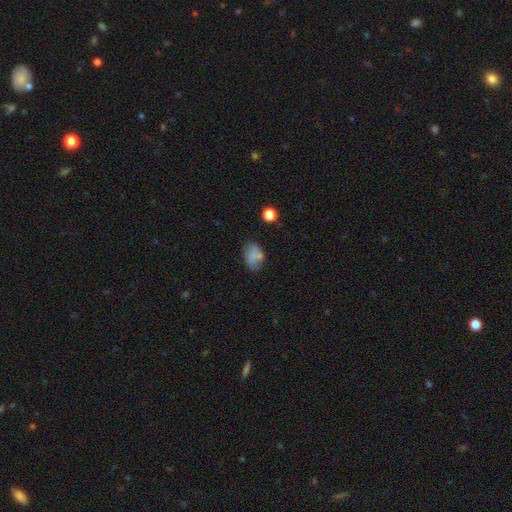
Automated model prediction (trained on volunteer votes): Smooth or featured?
  - smooth: 74% *
  - featured or disk: 15%
  - star or artifact: 11%
How rounded?
  - in between: 81% *
  - round: 18%
  - cigar-shaped: 2%
Merging?
  - none: 56% *
  - minor disturbance: 23%
  - merger: 12%
  - major disturbance: 8%